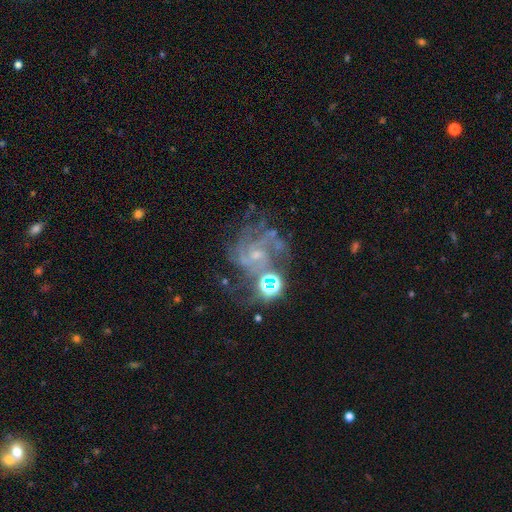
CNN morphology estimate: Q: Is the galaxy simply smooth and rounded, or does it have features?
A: featured or disk — 77%.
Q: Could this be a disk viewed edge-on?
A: no — 98%.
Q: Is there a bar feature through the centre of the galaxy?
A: no — 59%.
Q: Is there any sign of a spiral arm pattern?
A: yes — 92%.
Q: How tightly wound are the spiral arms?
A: medium — 48%.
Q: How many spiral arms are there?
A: can't tell — 28%.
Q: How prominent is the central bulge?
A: small — 60%.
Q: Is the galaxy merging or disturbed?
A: none — 48%.